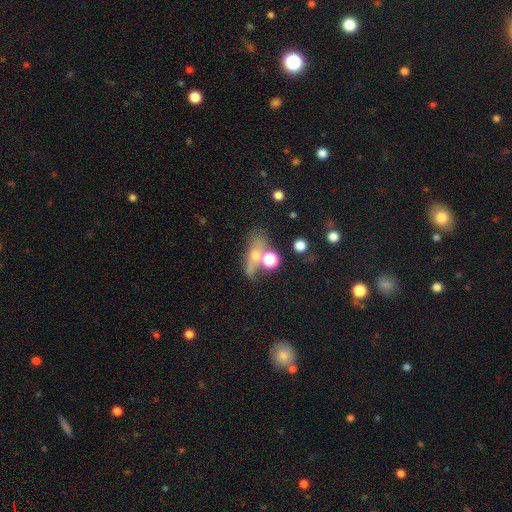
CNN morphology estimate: This appears to be a smooth galaxy with no disk features (50%). Merging: none (41%).